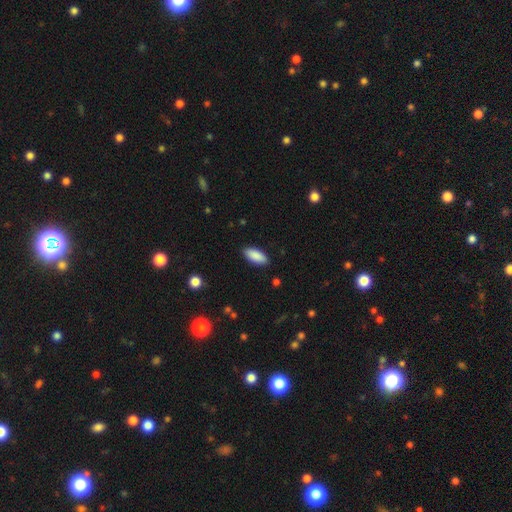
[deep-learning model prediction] Smooth or featured?
  - smooth: 90% *
  - star or artifact: 6%
  - featured or disk: 5%
How rounded?
  - in between: 87% *
  - cigar-shaped: 12%
  - round: 2%
Merging?
  - none: 89% *
  - minor disturbance: 9%
  - major disturbance: 2%
  - merger: 1%